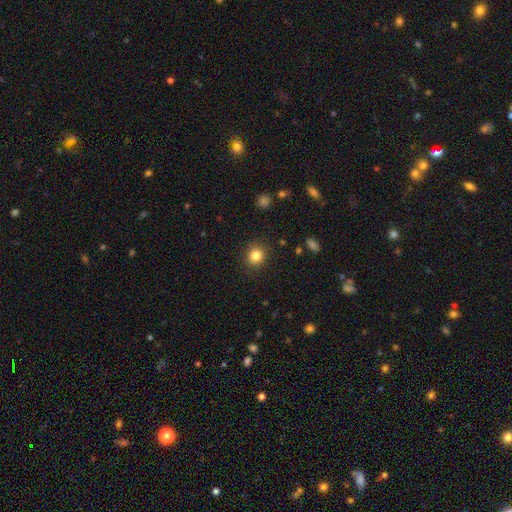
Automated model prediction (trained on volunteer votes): The model was most divided on "smooth or featured": smooth: 83%, star or artifact: 11%, featured or disk: 5%. More confident: merging — none (90%); how rounded — round (87%).